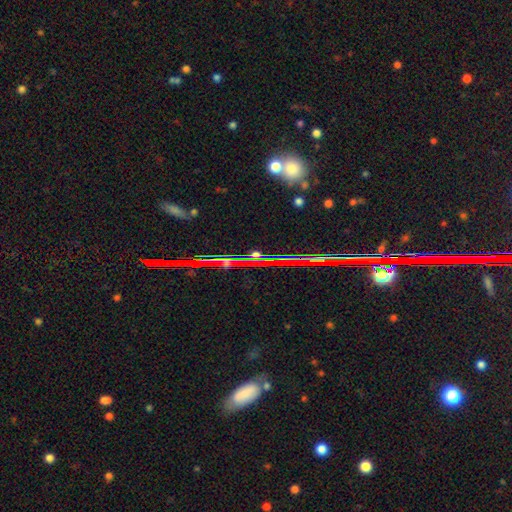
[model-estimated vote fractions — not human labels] Smooth or featured: star or artifact — 70% (smooth — 17%)